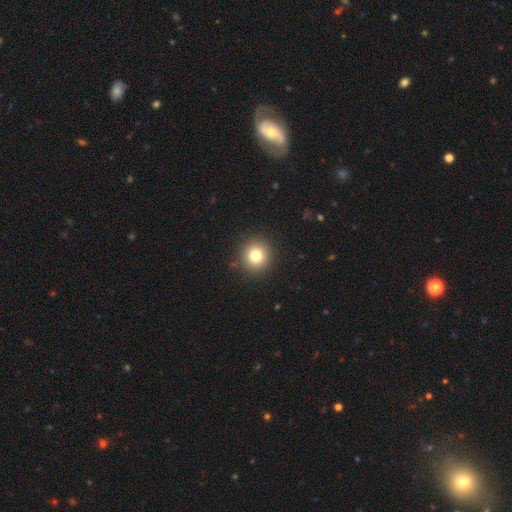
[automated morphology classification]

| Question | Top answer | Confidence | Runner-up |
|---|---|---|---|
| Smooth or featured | smooth | 79% | star or artifact (12%) |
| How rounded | round | 92% | in between (7%) |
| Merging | none | 91% | minor disturbance (6%) |